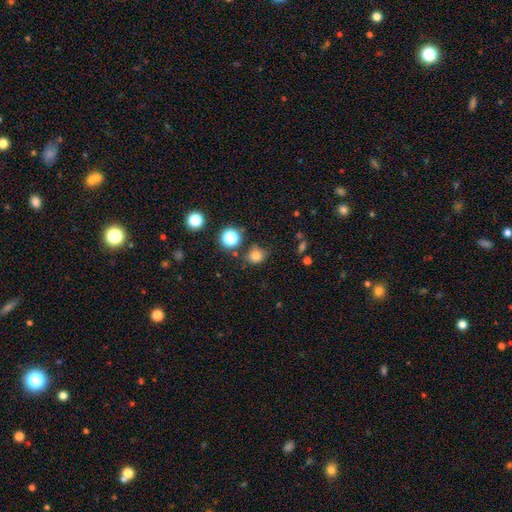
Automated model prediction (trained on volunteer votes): Morphology: type=smooth (76%); roundness=round (74%); merging=none (73%).